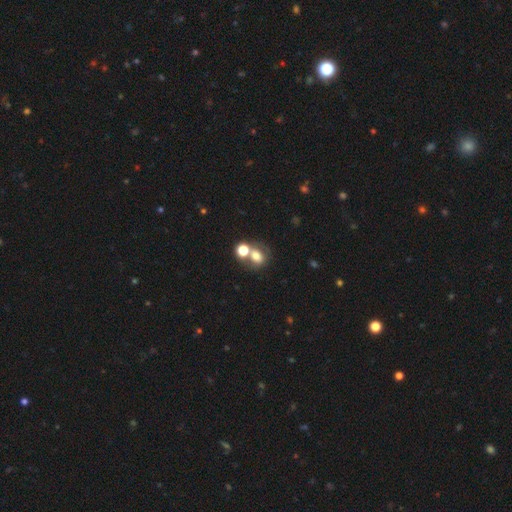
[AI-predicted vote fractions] Morphology: type=smooth (68%); roundness=round (55%); merging=merger (43%).